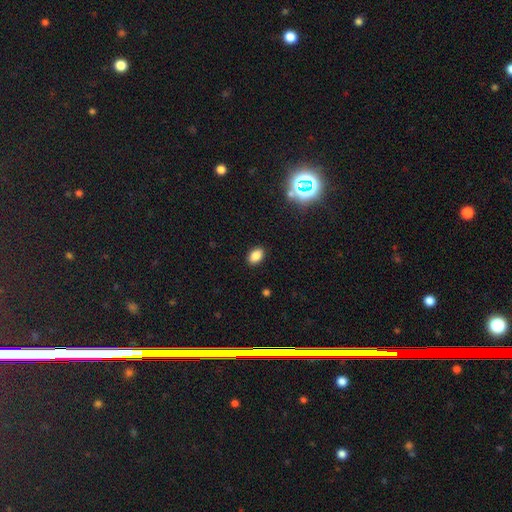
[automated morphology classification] Q: Smooth or featured?
A: smooth (86%); runner-up: star or artifact (10%)
Q: How rounded?
A: in between (87%); runner-up: round (11%)
Q: Merging?
A: none (90%); runner-up: minor disturbance (7%)